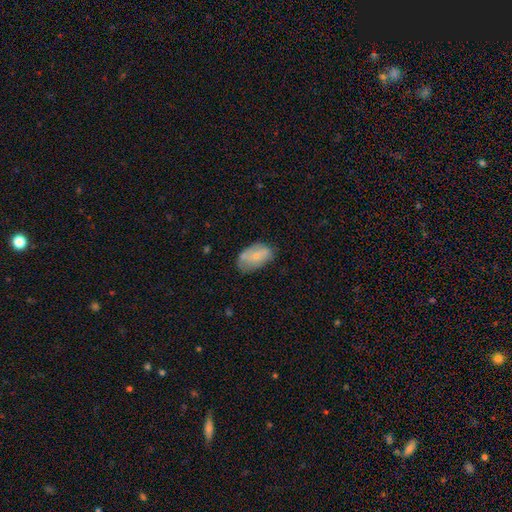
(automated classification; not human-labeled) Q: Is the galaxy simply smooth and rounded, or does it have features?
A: smooth — 62%.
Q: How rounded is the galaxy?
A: in between — 92%.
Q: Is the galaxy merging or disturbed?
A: none — 56%.